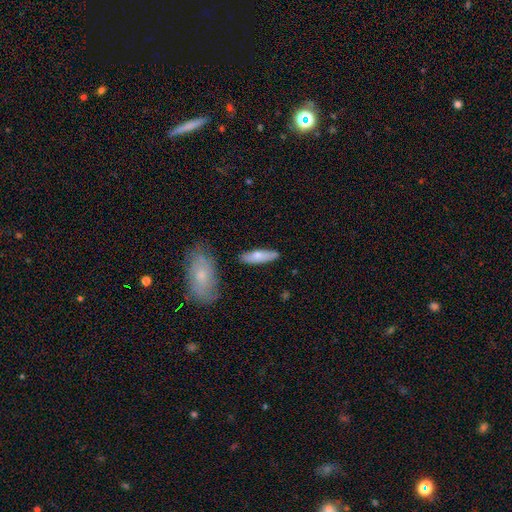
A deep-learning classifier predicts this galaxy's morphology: This is likely a smooth galaxy (65%). How rounded: possibly cigar-shaped (58%). Merging: clearly none (81%).